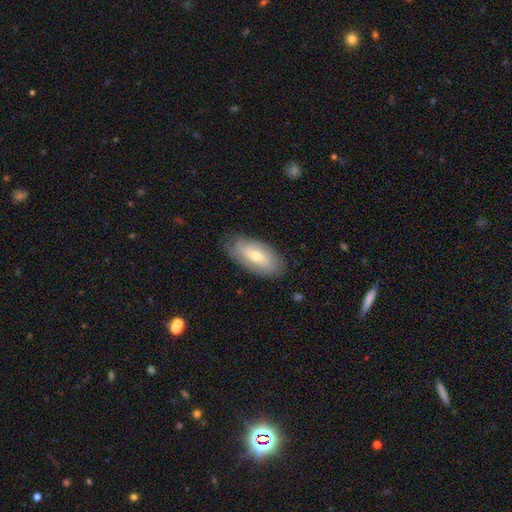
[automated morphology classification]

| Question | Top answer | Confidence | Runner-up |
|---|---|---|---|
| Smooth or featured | featured or disk | 54% | smooth (39%) |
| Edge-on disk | no | 88% | yes (12%) |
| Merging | none | 77% | minor disturbance (17%) |